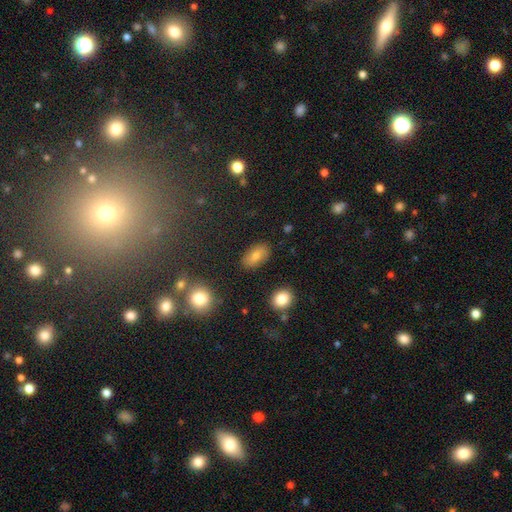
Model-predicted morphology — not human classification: Smooth or featured? Predicted: smooth (p=0.72). How rounded? Predicted: in between (p=0.90). Merging? Predicted: none (p=0.84).